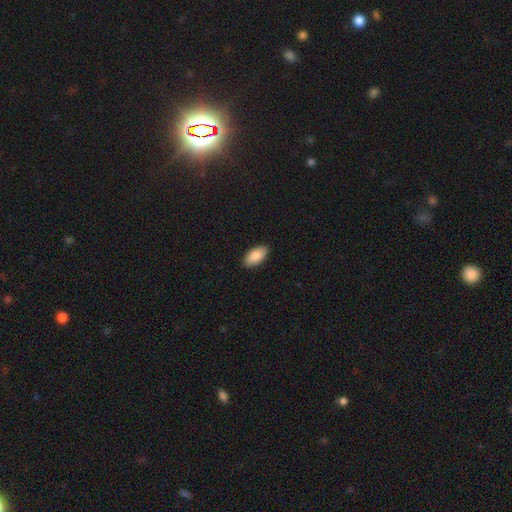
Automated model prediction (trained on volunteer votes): Q: Smooth or featured?
A: smooth (86%); runner-up: featured or disk (8%)
Q: How rounded?
A: in between (93%); runner-up: cigar-shaped (4%)
Q: Merging?
A: none (90%); runner-up: minor disturbance (8%)